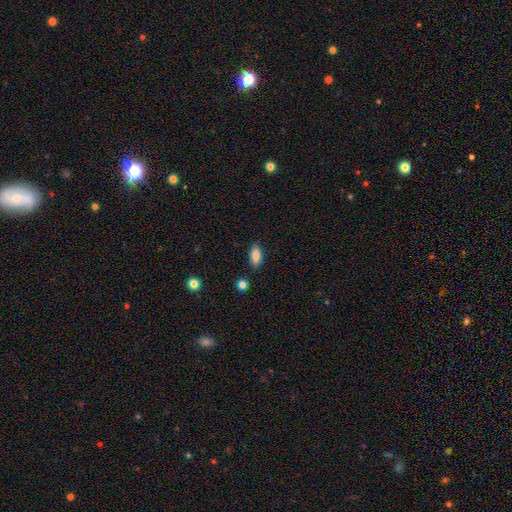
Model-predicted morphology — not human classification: Smooth or featured? Predicted: smooth (p=0.86). How rounded? Predicted: in between (p=0.84). Merging? Predicted: none (p=0.85).